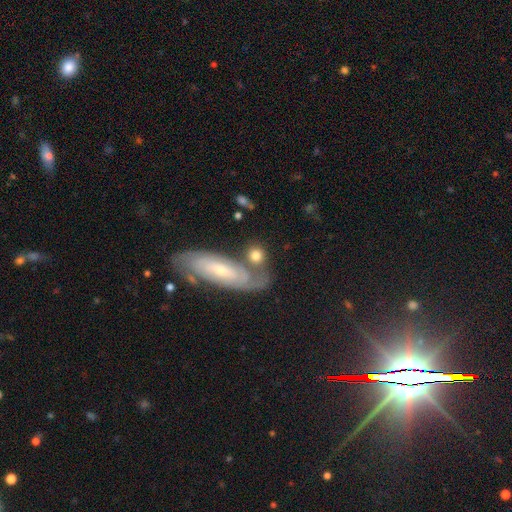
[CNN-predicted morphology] This is likely a smooth galaxy (72%). How rounded: likely round (71%). Merging: possibly none (54%).